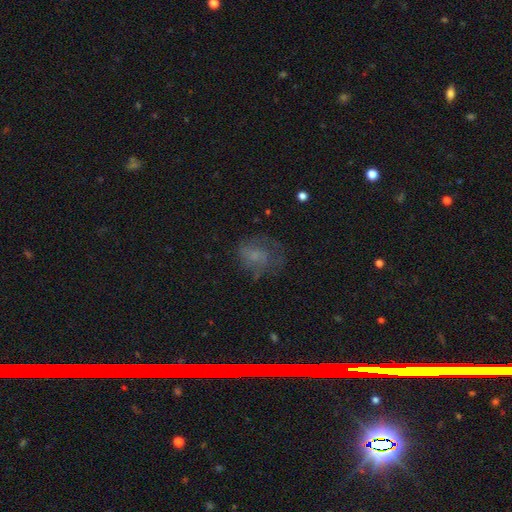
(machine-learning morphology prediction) The model was most divided on "smooth or featured": smooth: 41%, featured or disk: 39%, star or artifact: 20%. More confident: merging — none (54%).